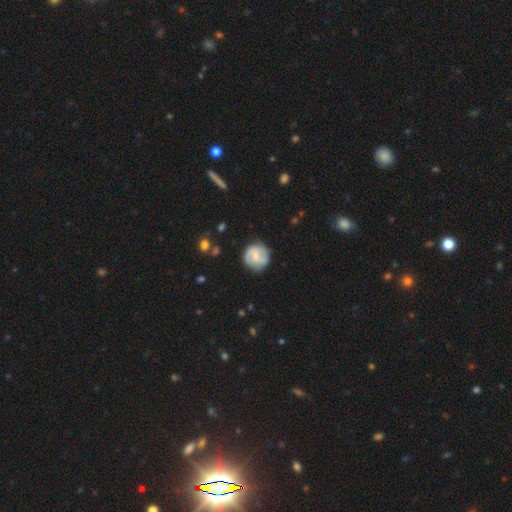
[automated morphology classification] Smooth or featured?
  - featured or disk: 60% *
  - smooth: 34%
  - star or artifact: 6%
Edge-on disk?
  - no: 98% *
  - yes: 2%
Bar?
  - weak: 48% *
  - no: 41%
  - strong: 11%
Spiral arms?
  - yes: 89% *
  - no: 11%
Spiral winding?
  - medium: 45% *
  - tight: 33%
  - loose: 22%
Spiral arm count?
  - 2: 76% *
  - can't tell: 12%
  - 3: 6%
  - 1: 3%
  - 4: 2%
  - more than 4: 2%
Bulge size?
  - small: 46% *
  - moderate: 32%
  - none: 18%
  - large: 3%
  - dominant: 1%
Merging?
  - none: 79% *
  - minor disturbance: 15%
  - major disturbance: 4%
  - merger: 2%